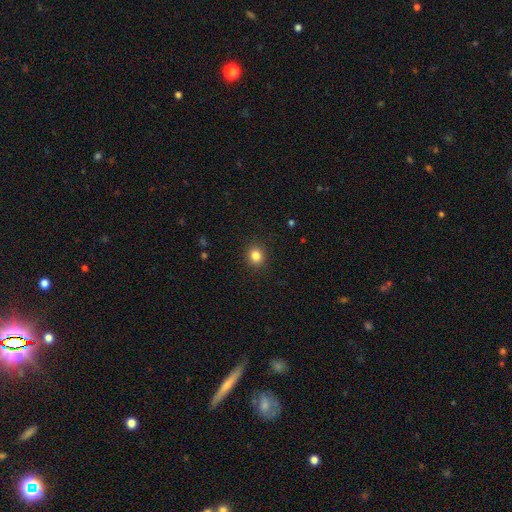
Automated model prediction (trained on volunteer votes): smooth-or-featured: smooth: 83% | star or artifact: 11% | featured or disk: 5%
  how-rounded: round: 78% | in between: 21% | cigar-shaped: 1%
  merging: none: 91% | minor disturbance: 6% | major disturbance: 2% | merger: 1%